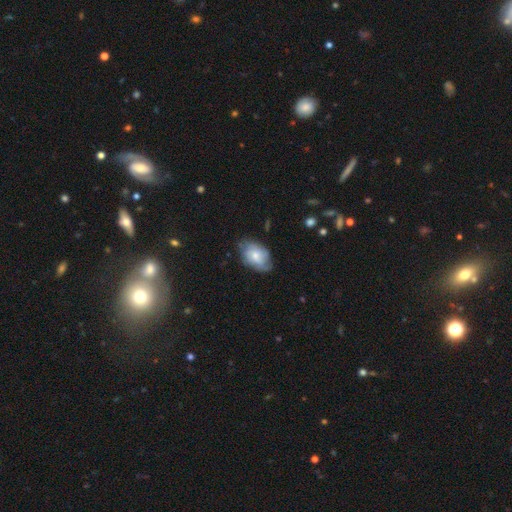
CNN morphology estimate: Smooth or featured: smooth — 65% (featured or disk — 29%)
How rounded: in between — 87% (round — 11%)
Merging: none — 62% (minor disturbance — 30%)